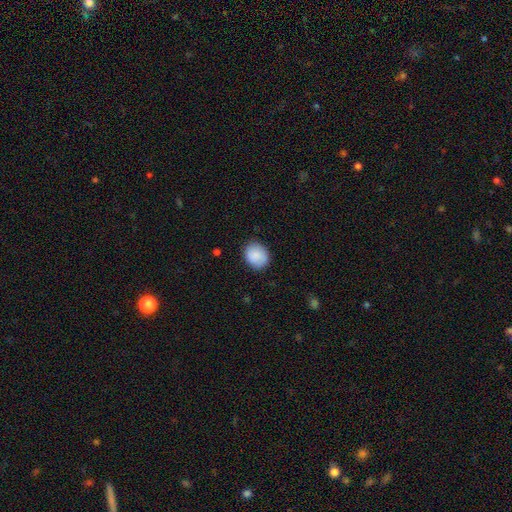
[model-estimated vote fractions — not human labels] smooth_or_featured: smooth (p=0.87) [alt: star or artifact p=0.07]
how_rounded: round (p=0.61) [alt: in between p=0.38]
merging: none (p=0.85) [alt: minor disturbance p=0.12]